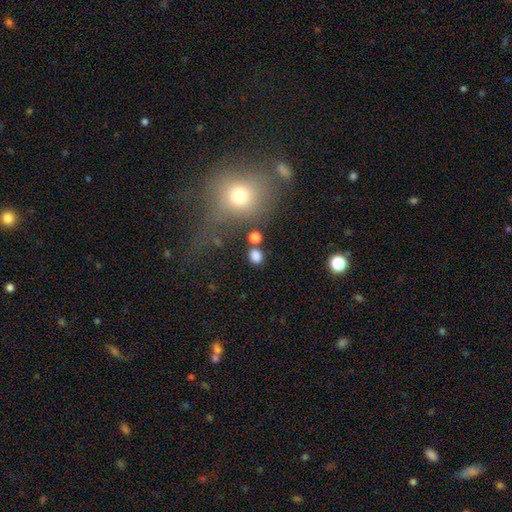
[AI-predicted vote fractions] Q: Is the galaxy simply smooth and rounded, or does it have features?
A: smooth — 81%.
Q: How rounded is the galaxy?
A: round — 73%.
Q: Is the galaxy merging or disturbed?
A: none — 78%.